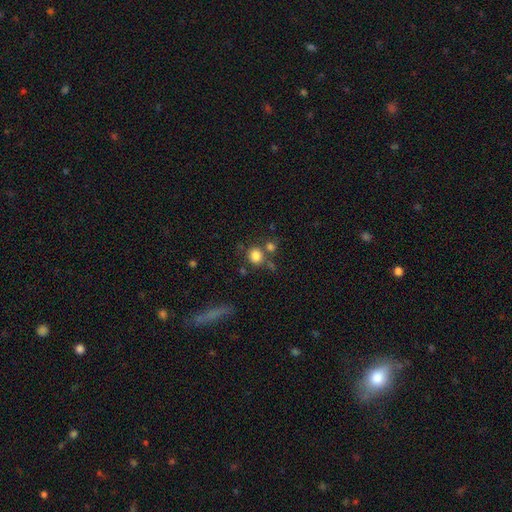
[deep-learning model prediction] Smooth or featured?
  - smooth: 82% *
  - star or artifact: 11%
  - featured or disk: 7%
How rounded?
  - round: 85% *
  - in between: 14%
  - cigar-shaped: 1%
Merging?
  - none: 63% *
  - merger: 20%
  - minor disturbance: 11%
  - major disturbance: 6%